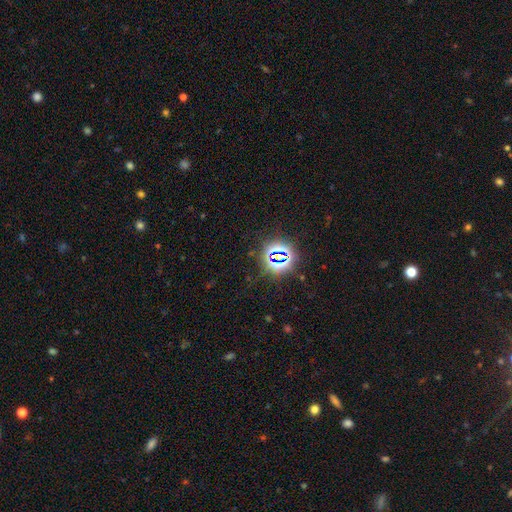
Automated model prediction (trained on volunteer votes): This is likely a star or artifact rather than a galaxy (78%).